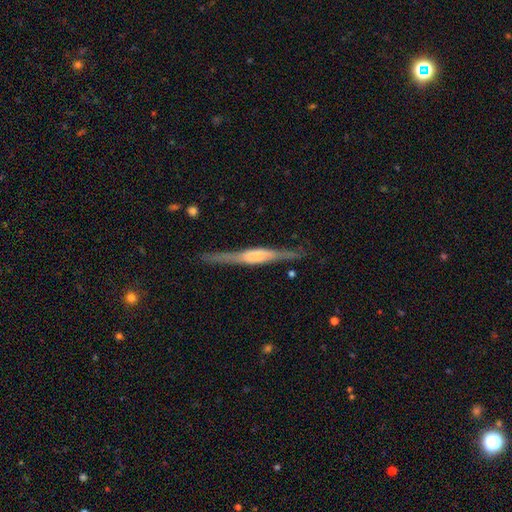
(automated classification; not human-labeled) A featured or disk galaxy (76%) viewed edge-on (97%) with a boxy central bulge (49%).

Vote fractions:
- Smooth or featured? featured or disk: 76% / smooth: 18% / star or artifact: 6%
- Edge-on disk? yes: 97% / no: 3%
- Edge-on bulge? boxy: 49% / rounded: 42% / none: 10%
- Merging? none: 83% / minor disturbance: 12% / major disturbance: 3% / merger: 2%